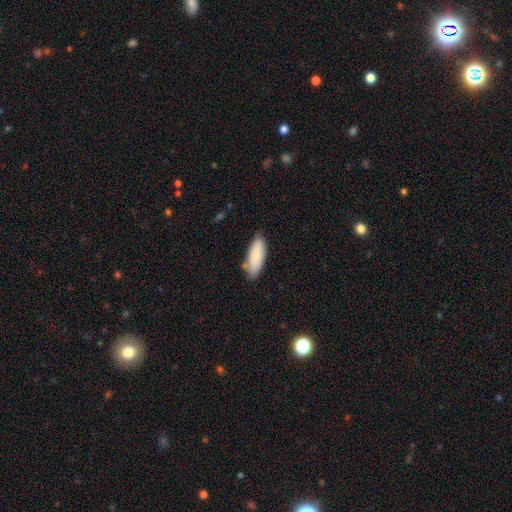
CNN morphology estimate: type=smooth (83%); roundness=in between (72%); merging=none (73%).